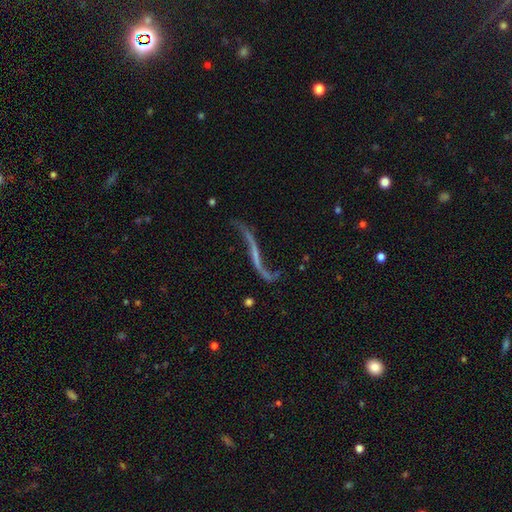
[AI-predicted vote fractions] Morphology: type=featured or disk (82%); edge-on=no (80%); bar=strong (37%, tied with no); spiral arms=yes (83%); winding=loose (95%); arm count=2 (89%); bulge=none (59%); merging=none (52%).